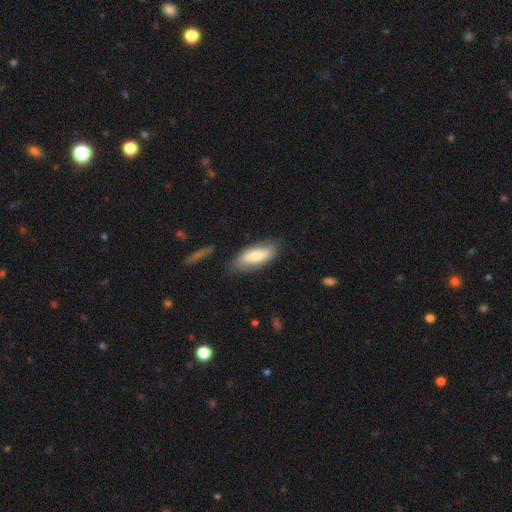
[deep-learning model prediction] smooth_or_featured: smooth (p=0.70) [alt: featured or disk p=0.24]
how_rounded: in between (p=0.77) [alt: cigar-shaped p=0.20]
merging: none (p=0.75) [alt: minor disturbance p=0.18]